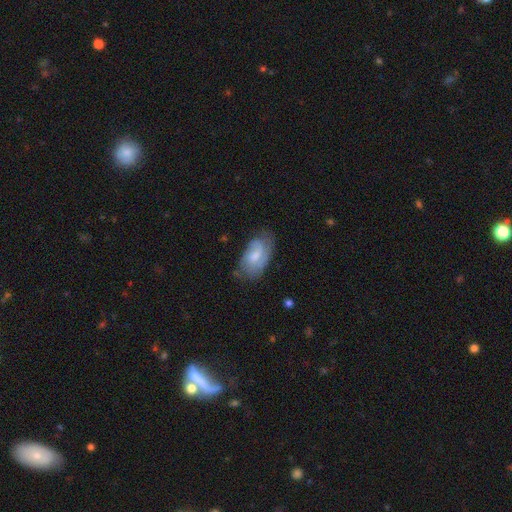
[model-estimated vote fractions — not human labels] This is possibly a featured or disk galaxy (52%). It is clearly not viewed edge-on (94%). Merging: possibly none (59%).